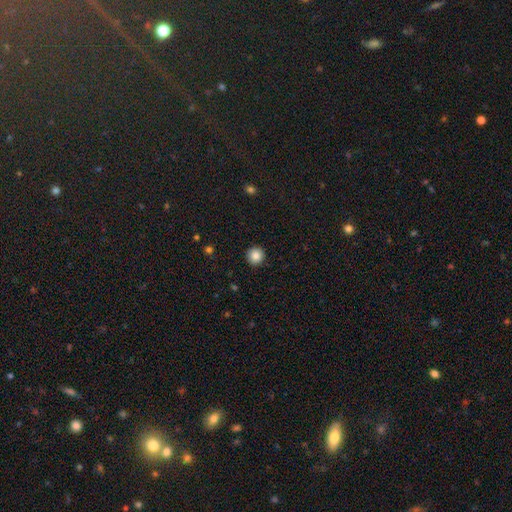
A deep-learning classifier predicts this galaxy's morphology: This is clearly a smooth galaxy (86%). How rounded: clearly round (96%). Merging: clearly none (92%).